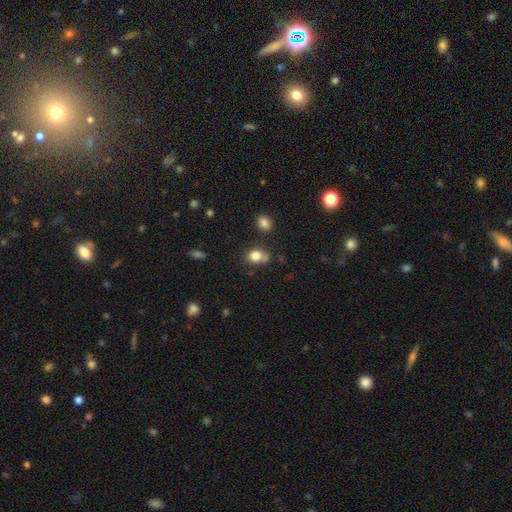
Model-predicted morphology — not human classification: A smooth galaxy with no disk features (81%) that is round (56%). Merging: none (61%).